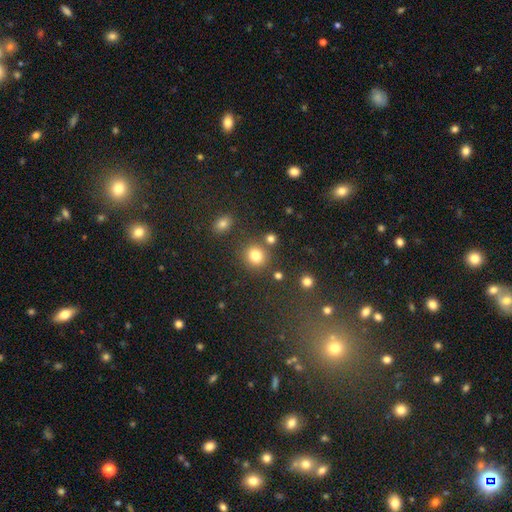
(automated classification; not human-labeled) Smooth or featured: smooth — 80% (star or artifact — 14%)
How rounded: round — 83% (in between — 16%)
Merging: none — 78% (minor disturbance — 9%)